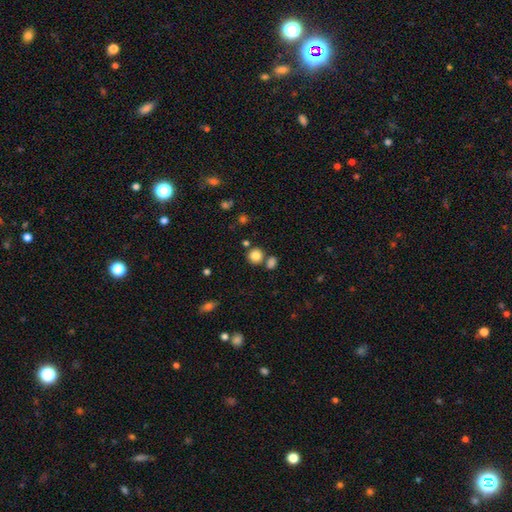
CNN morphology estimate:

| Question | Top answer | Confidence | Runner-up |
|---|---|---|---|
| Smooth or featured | smooth | 83% | star or artifact (11%) |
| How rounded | round | 88% | in between (11%) |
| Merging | none | 72% | merger (17%) |